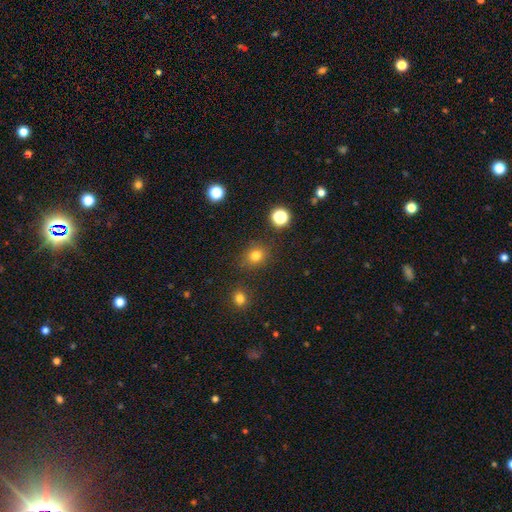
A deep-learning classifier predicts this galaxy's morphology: A smooth galaxy with no disk features (78%) that is round (74%). Merging: none (84%).